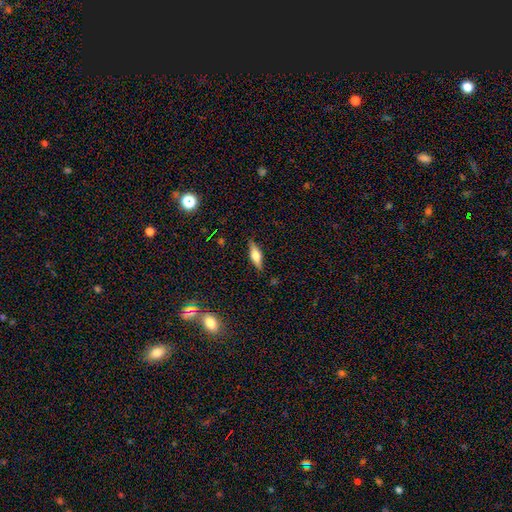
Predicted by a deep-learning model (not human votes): Morphology: type=featured or disk (47%); merging=none (86%).